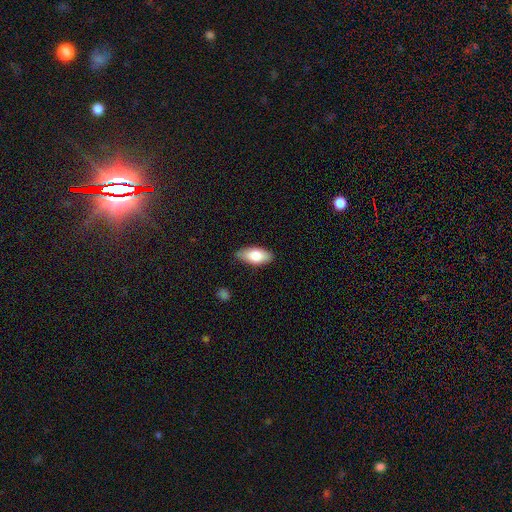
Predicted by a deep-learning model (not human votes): smooth_or_featured: smooth (p=0.78) [alt: featured or disk p=0.16]
how_rounded: in between (p=0.89) [alt: cigar-shaped p=0.08]
merging: none (p=0.80) [alt: minor disturbance p=0.17]